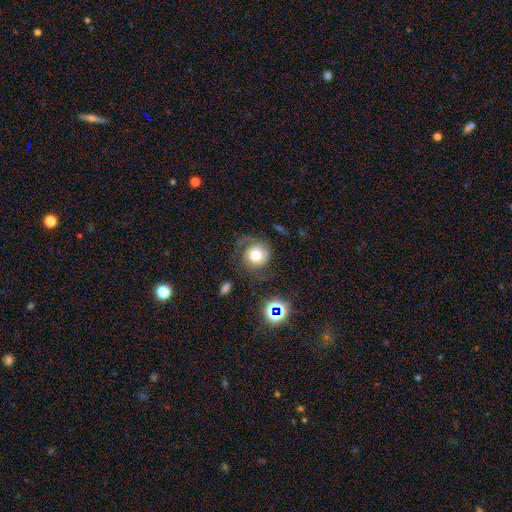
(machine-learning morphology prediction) Smooth or featured?
  - featured or disk: 51% *
  - smooth: 37%
  - star or artifact: 12%
Edge-on disk?
  - no: 97% *
  - yes: 3%
Merging?
  - none: 60% *
  - major disturbance: 20%
  - minor disturbance: 18%
  - merger: 2%